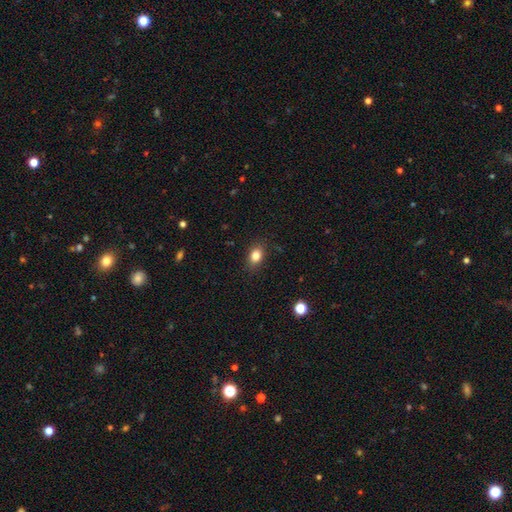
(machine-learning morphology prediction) Smooth or featured? smooth (83%)
How rounded? in between (69%)
Merging? none (85%)